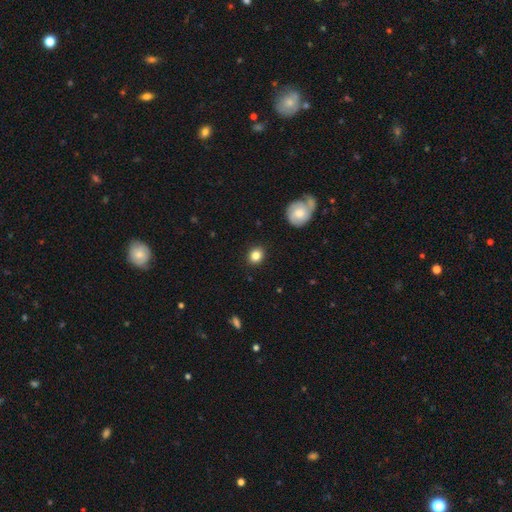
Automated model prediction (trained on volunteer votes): A smooth galaxy with no disk features (85%) that is round (68%). Merging: none (89%).